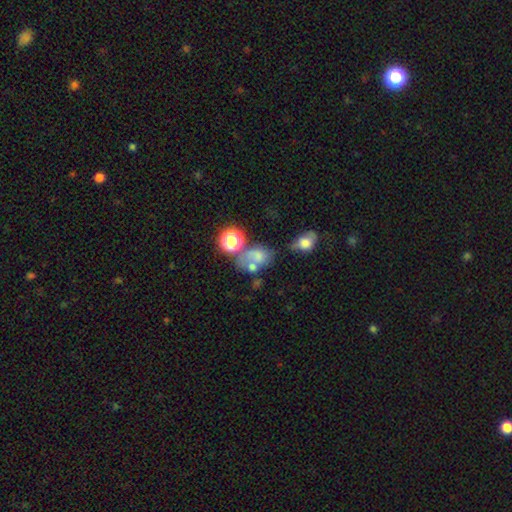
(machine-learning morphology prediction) Smooth or featured?
  - smooth: 64% *
  - star or artifact: 19%
  - featured or disk: 17%
How rounded?
  - in between: 61% *
  - round: 37%
  - cigar-shaped: 2%
Merging?
  - merger: 37% *
  - none: 33%
  - minor disturbance: 16%
  - major disturbance: 14%